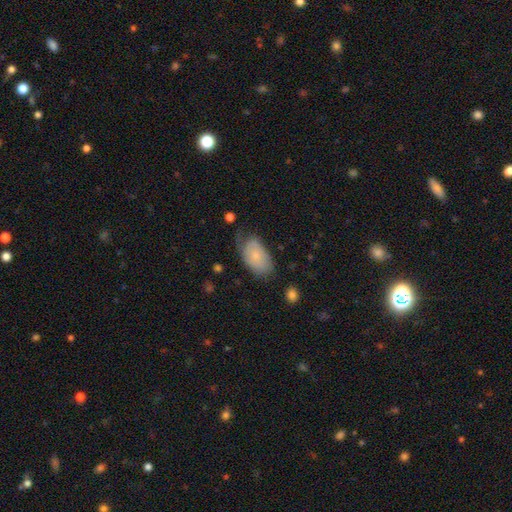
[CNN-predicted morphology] A smooth galaxy with no disk features (68%) that is in between round and cigar-shaped (93%). Merging: none (47%).